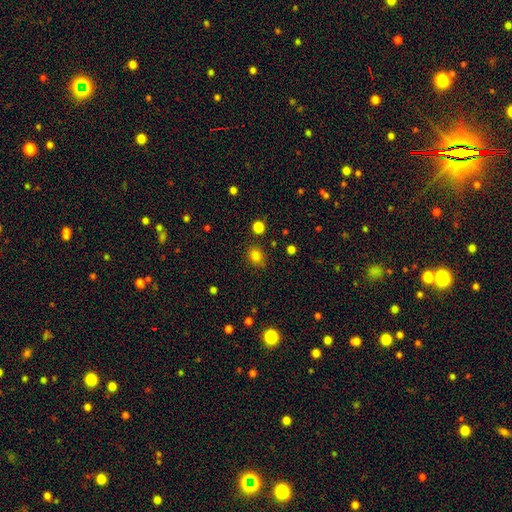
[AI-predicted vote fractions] Smooth or featured? Predicted: smooth (p=0.81). How rounded? Predicted: round (p=0.65). Merging? Predicted: none (p=0.82).